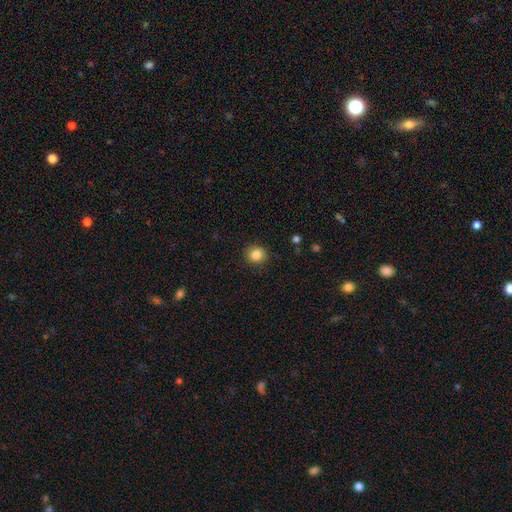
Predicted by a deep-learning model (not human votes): This appears to be a smooth galaxy with no disk features (85%) that is round (88%). Merging: none (90%).